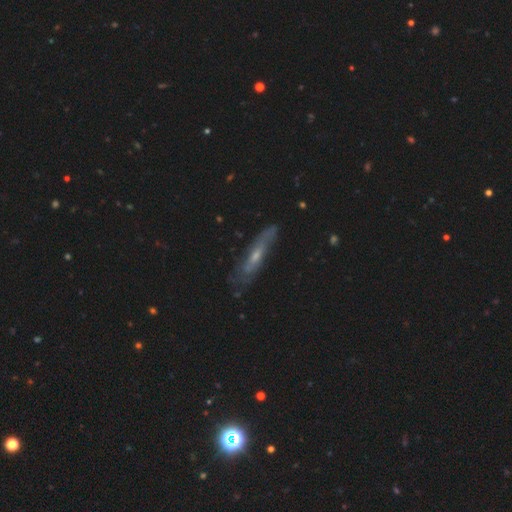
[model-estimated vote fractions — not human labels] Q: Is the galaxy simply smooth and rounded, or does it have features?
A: featured or disk — 62%.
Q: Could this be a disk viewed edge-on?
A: yes — 59%.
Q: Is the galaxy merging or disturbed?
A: none — 74%.